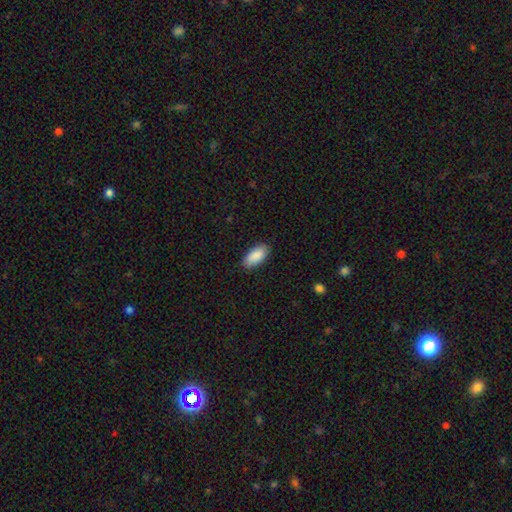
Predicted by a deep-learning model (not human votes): Smooth or featured: smooth — 90% (star or artifact — 6%)
How rounded: in between — 91% (cigar-shaped — 7%)
Merging: none — 87% (minor disturbance — 10%)